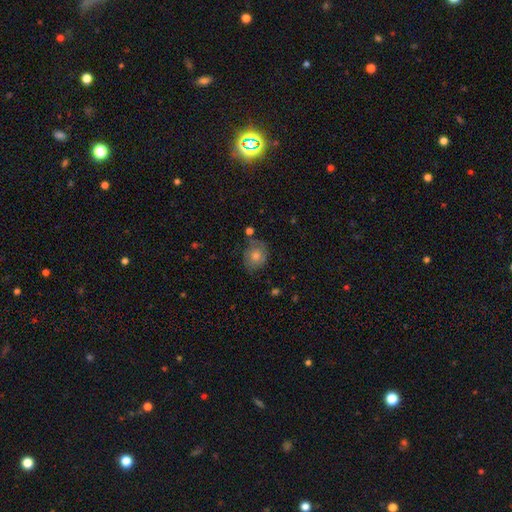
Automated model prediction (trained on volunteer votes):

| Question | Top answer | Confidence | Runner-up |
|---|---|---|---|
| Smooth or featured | smooth | 57% | featured or disk (29%) |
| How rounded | round | 63% | in between (36%) |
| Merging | none | 70% | minor disturbance (19%) |